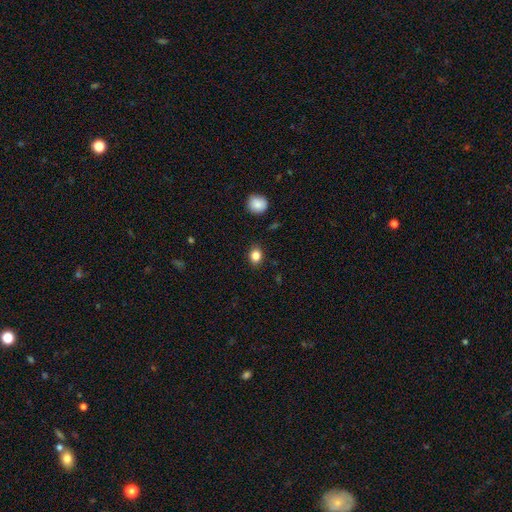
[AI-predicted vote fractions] A smooth galaxy with no disk features (84%) that is round (57%).

Vote fractions:
- Smooth or featured? smooth: 84% / star or artifact: 11% / featured or disk: 5%
- How rounded? round: 57% / in between: 42% / cigar-shaped: 1%
- Merging? none: 87% / minor disturbance: 9% / major disturbance: 2% / merger: 1%